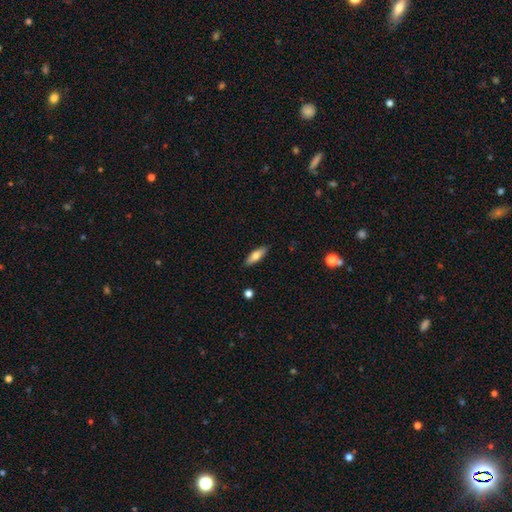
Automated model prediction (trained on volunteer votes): Q: Smooth or featured?
A: smooth (69%); runner-up: featured or disk (25%)
Q: How rounded?
A: in between (54%); runner-up: cigar-shaped (44%)
Q: Merging?
A: none (88%); runner-up: minor disturbance (9%)